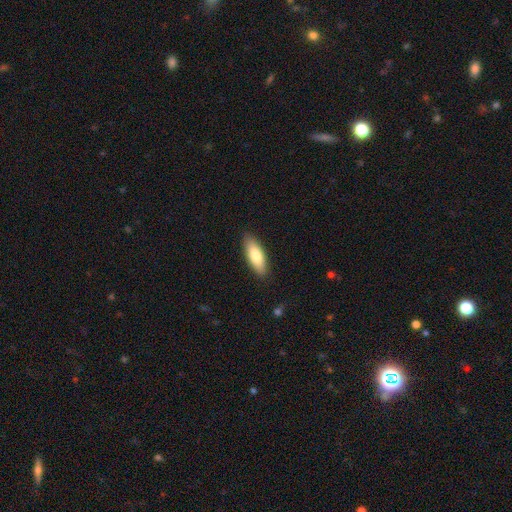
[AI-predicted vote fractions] This is likely a smooth galaxy (80%). How rounded: likely in between (66%). Merging: clearly none (87%).